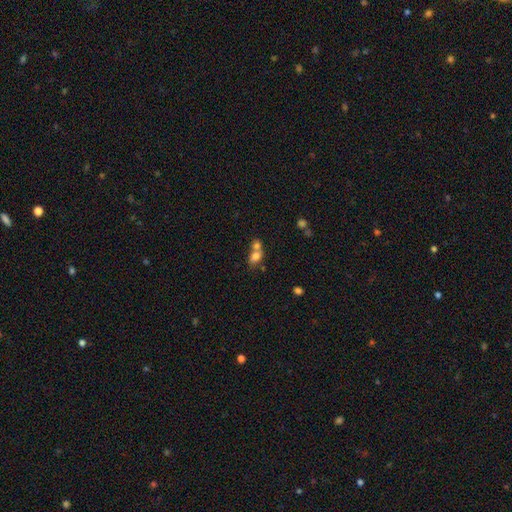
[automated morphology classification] Q: Smooth or featured?
A: smooth (75%); runner-up: featured or disk (14%)
Q: How rounded?
A: in between (63%); runner-up: round (35%)
Q: Merging?
A: merger (64%); runner-up: none (26%)